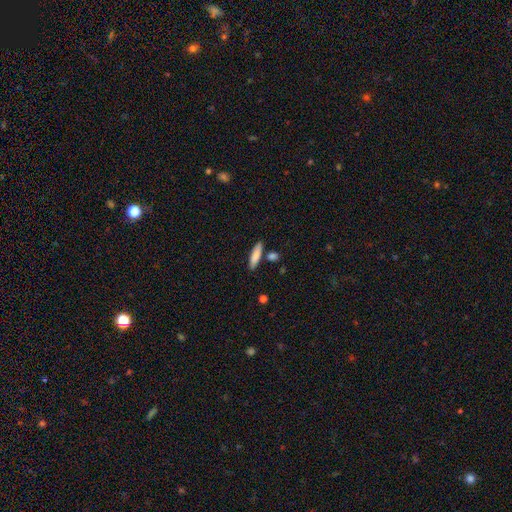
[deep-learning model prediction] This is clearly a smooth galaxy (82%). How rounded: likely cigar-shaped (72%). Merging: clearly none (81%).